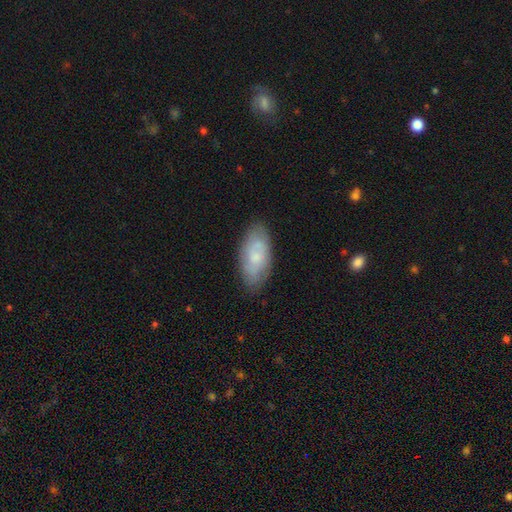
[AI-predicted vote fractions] smooth_or_featured: smooth (p=0.58) [alt: featured or disk p=0.35]
how_rounded: in between (p=0.91) [alt: cigar-shaped p=0.06]
merging: none (p=0.80) [alt: minor disturbance p=0.15]